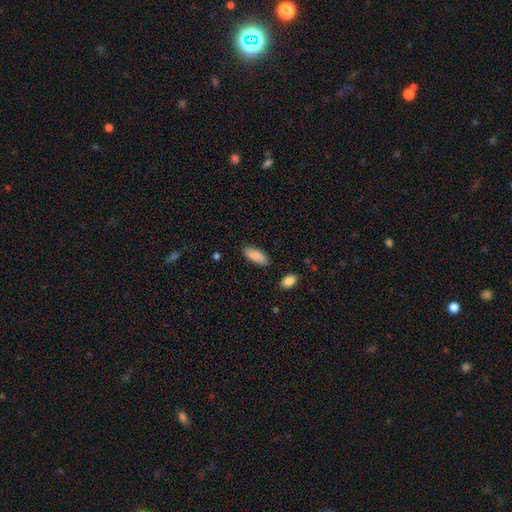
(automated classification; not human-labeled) Q: Smooth or featured?
A: smooth (86%); runner-up: featured or disk (8%)
Q: How rounded?
A: in between (82%); runner-up: cigar-shaped (16%)
Q: Merging?
A: none (83%); runner-up: minor disturbance (13%)